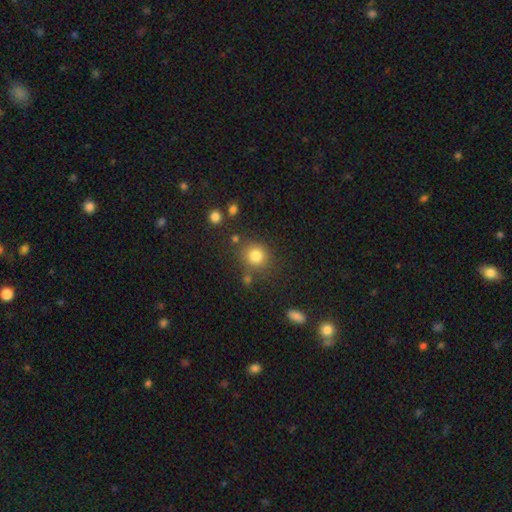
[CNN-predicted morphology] This appears to be a smooth galaxy with no disk features (81%) that is round (85%). Merging: none (75%).